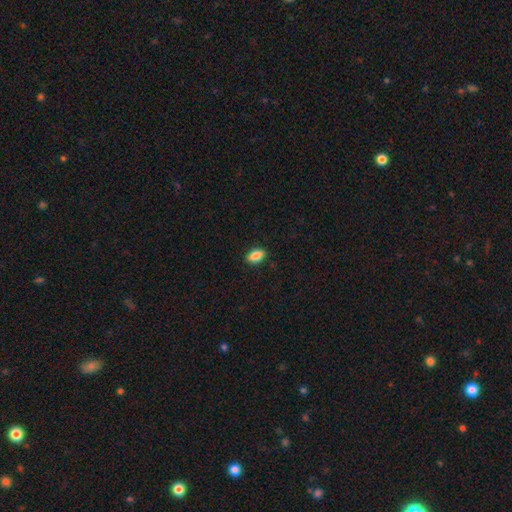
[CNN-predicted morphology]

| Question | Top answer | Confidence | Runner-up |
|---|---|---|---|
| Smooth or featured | smooth | 86% | star or artifact (8%) |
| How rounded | in between | 89% | round (6%) |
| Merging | none | 88% | minor disturbance (9%) |